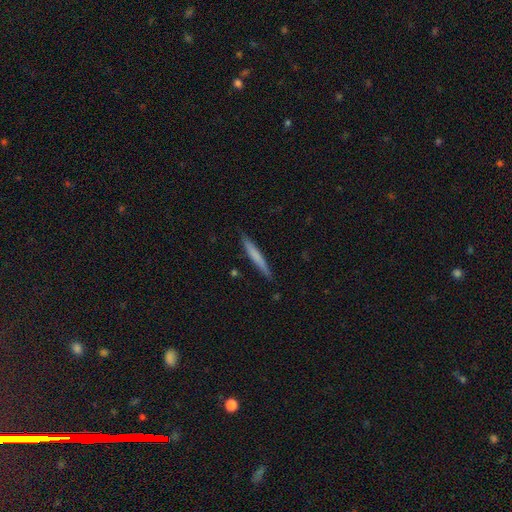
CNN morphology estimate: A smooth galaxy with no disk features (67%) that is cigar-shaped (96%).

Vote fractions:
- Smooth or featured? smooth: 67% / featured or disk: 28% / star or artifact: 5%
- How rounded? cigar-shaped: 96% / in between: 3% / round: 1%
- Merging? none: 88% / minor disturbance: 9% / major disturbance: 2% / merger: 1%